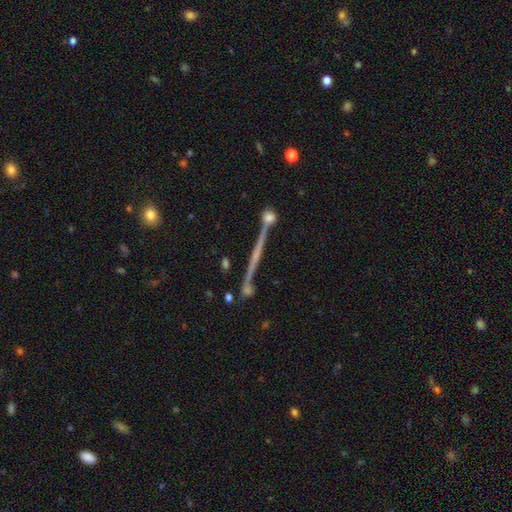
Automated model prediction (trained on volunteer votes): Overall: featured or disk (72%). Edge-on disk: yes (96%). Edge-on bulge: none (56%; rounded 33%). Merging: none (78%).